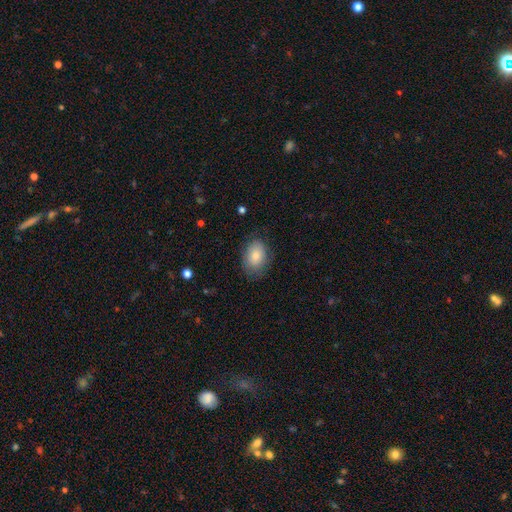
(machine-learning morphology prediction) This appears to be a smooth galaxy with no disk features (82%) that is in between round and cigar-shaped (81%). Merging: none (78%).